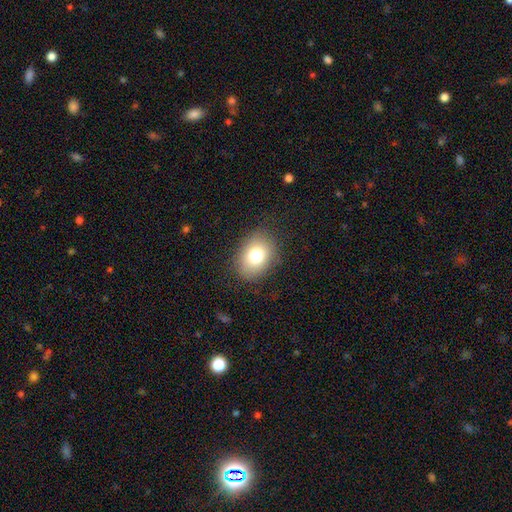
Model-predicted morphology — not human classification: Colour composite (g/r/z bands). It shows a smooth galaxy with no disk features (77%) that is in between round and cigar-shaped (67%). Merging: none (84%).